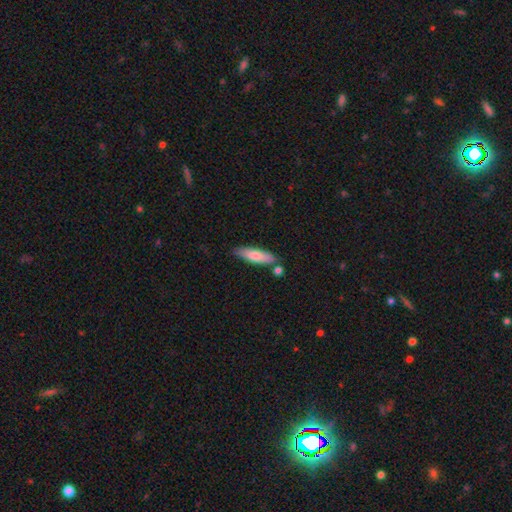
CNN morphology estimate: Smooth or featured?
  - smooth: 74% *
  - featured or disk: 21%
  - star or artifact: 5%
How rounded?
  - cigar-shaped: 65% *
  - in between: 33%
  - round: 2%
Merging?
  - none: 76% *
  - minor disturbance: 14%
  - merger: 8%
  - major disturbance: 3%